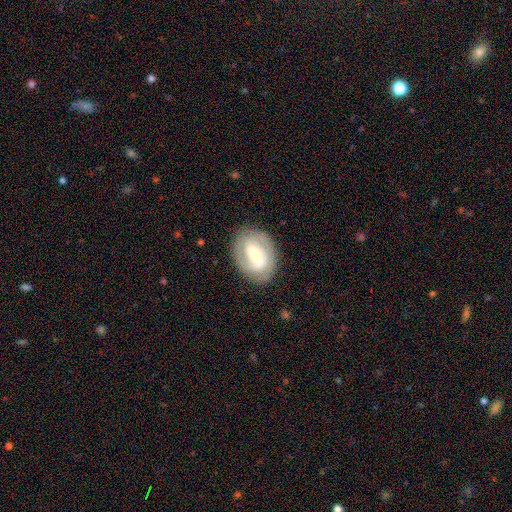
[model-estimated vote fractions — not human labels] Smooth or featured? Predicted: featured or disk (p=0.69). Edge-on disk? Predicted: no (p=0.96). Bar? Predicted: weak (p=0.43). Spiral arms? Predicted: yes (p=0.75). Bulge size? Predicted: moderate (p=0.49). Merging? Predicted: none (p=0.82).